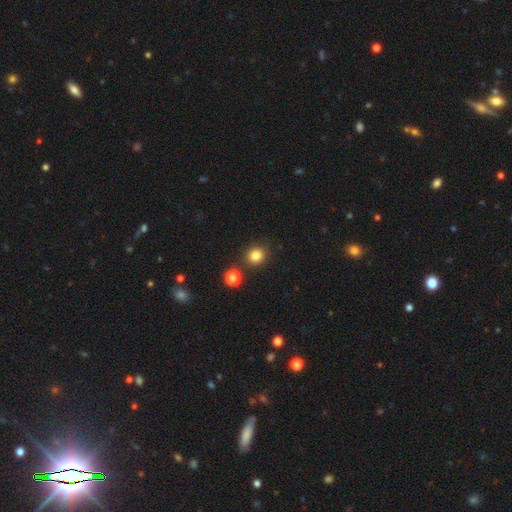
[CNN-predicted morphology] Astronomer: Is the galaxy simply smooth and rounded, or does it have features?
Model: smooth — 82%.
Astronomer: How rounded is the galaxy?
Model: round — 85%.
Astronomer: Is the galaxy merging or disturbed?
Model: none — 82%.